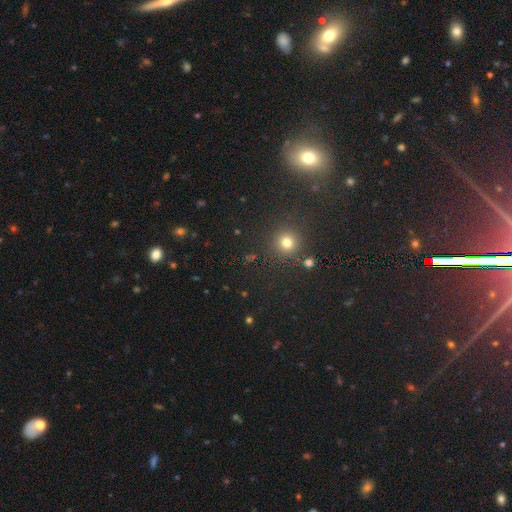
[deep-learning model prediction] The model was most divided on "smooth or featured": smooth: 51%, star or artifact: 42%, featured or disk: 7%. More confident: how rounded — round (91%); merging — none (84%).